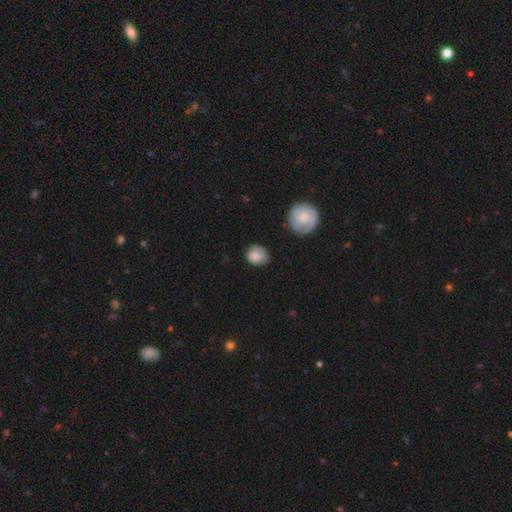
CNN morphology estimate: Smooth or featured: smooth — 80% (featured or disk — 12%)
How rounded: round — 72% (in between — 27%)
Merging: none — 69% (minor disturbance — 24%)